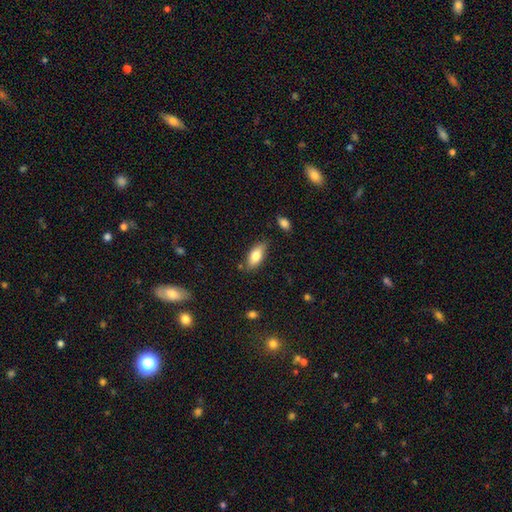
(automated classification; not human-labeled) smooth_or_featured: smooth (p=0.79) [alt: featured or disk p=0.14]
how_rounded: in between (p=0.85) [alt: cigar-shaped p=0.12]
merging: none (p=0.79) [alt: minor disturbance p=0.15]